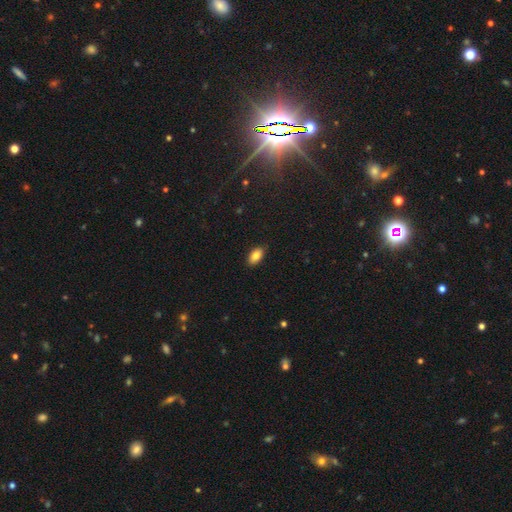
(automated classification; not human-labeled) smooth 84%, star or artifact 8%, featured or disk 8%. Down the decision tree: how rounded — in between (92%); merging — none (87%).